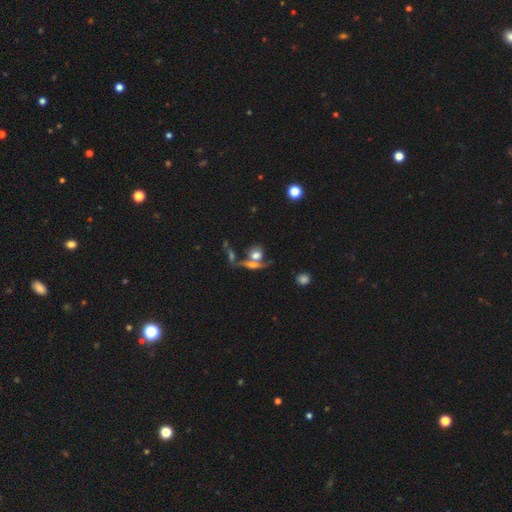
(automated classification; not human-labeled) Smooth or featured?
  - smooth: 54% *
  - featured or disk: 32%
  - star or artifact: 15%
How rounded?
  - round: 61% *
  - in between: 29%
  - cigar-shaped: 10%
Merging?
  - none: 45% *
  - merger: 36%
  - minor disturbance: 11%
  - major disturbance: 8%